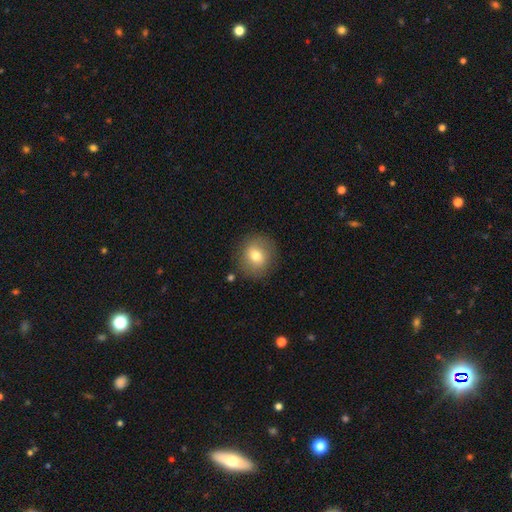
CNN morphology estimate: The model was most divided on "smooth or featured": smooth: 73%, featured or disk: 17%, star or artifact: 9%. More confident: merging — none (86%); how rounded — round (81%).